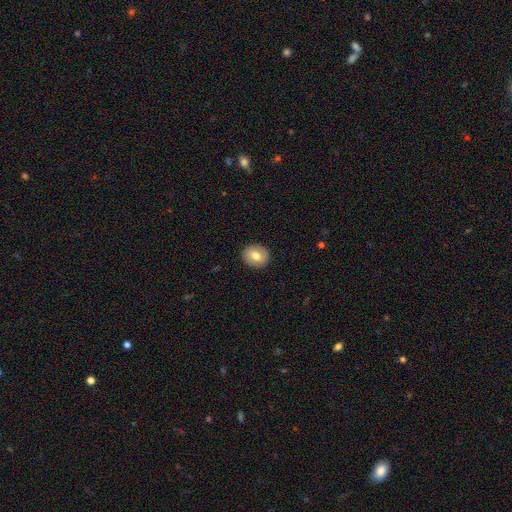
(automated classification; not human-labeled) smooth_or_featured: smooth (p=0.71) [alt: featured or disk p=0.21]
how_rounded: round (p=0.82) [alt: in between p=0.17]
merging: none (p=0.91) [alt: minor disturbance p=0.06]